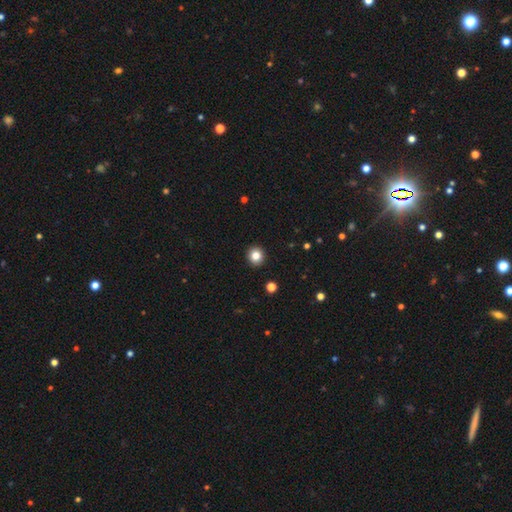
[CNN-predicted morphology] type=smooth (82%); roundness=round (89%); merging=none (93%).